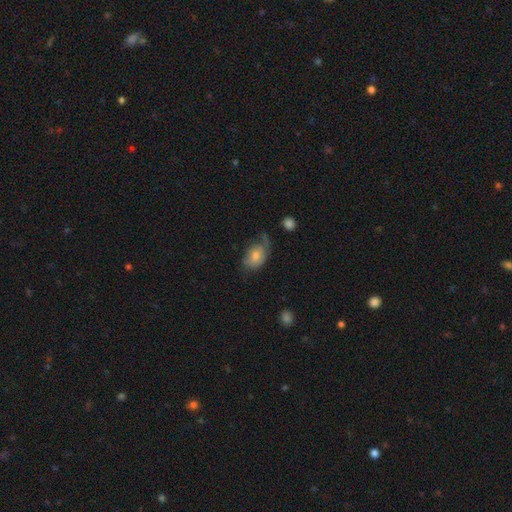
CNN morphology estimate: Q: Smooth or featured?
A: smooth (47%); runner-up: featured or disk (45%)
Q: Merging?
A: none (43%); runner-up: minor disturbance (29%)